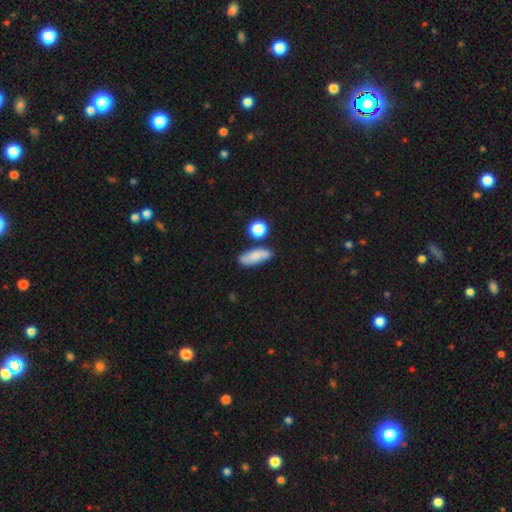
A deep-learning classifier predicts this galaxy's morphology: Smooth or featured: smooth — 75% (featured or disk — 16%)
How rounded: in between — 65% (cigar-shaped — 29%)
Merging: none — 70% (minor disturbance — 17%)